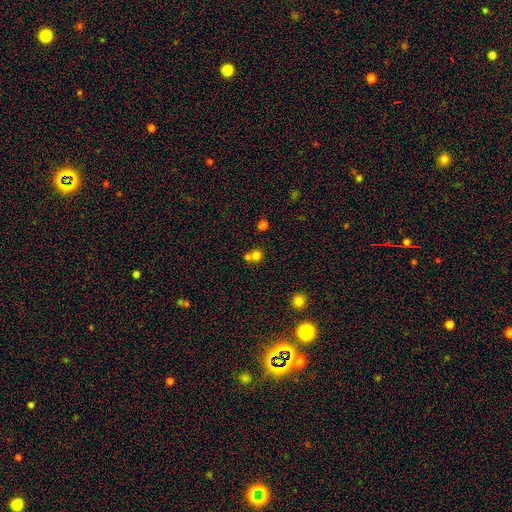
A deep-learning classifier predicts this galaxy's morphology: smooth_or_featured: smooth (p=0.74) [alt: star or artifact p=0.16]
how_rounded: round (p=0.85) [alt: in between p=0.14]
merging: merger (p=0.46) [alt: none p=0.45]